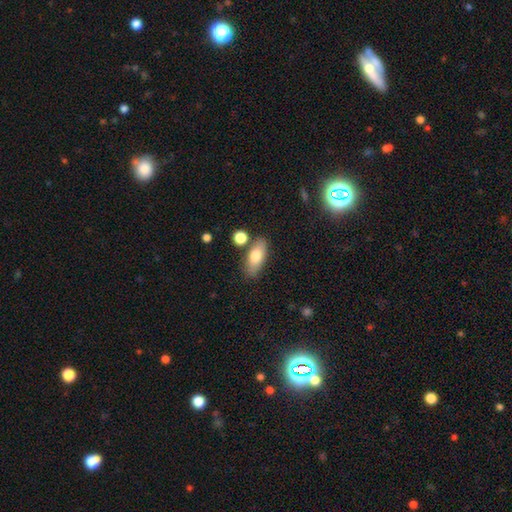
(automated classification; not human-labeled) smooth 76%, featured or disk 17%, star or artifact 7%. Down the decision tree: how rounded — in between (80%); merging — none (76%).